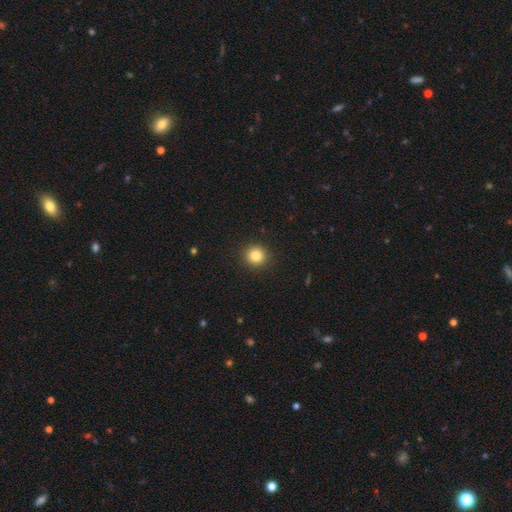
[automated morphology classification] A smooth galaxy with no disk features (84%) that is round (93%).

Vote fractions:
- Smooth or featured? smooth: 84% / star or artifact: 11% / featured or disk: 5%
- How rounded? round: 93% / in between: 6% / cigar-shaped: 1%
- Merging? none: 92% / minor disturbance: 5% / major disturbance: 2% / merger: 1%